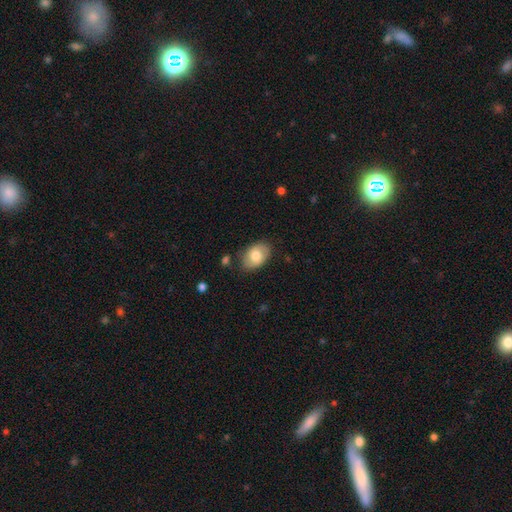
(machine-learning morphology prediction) smooth-or-featured: smooth: 74% | featured or disk: 20% | star or artifact: 7%
  how-rounded: in between: 87% | round: 12% | cigar-shaped: 1%
  merging: none: 80% | minor disturbance: 15% | major disturbance: 3% | merger: 2%